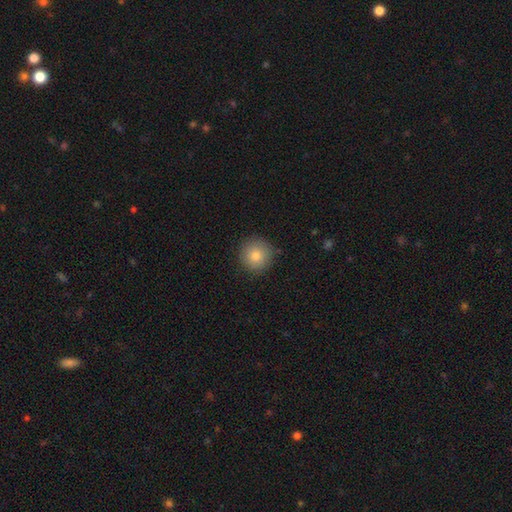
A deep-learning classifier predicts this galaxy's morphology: Smooth or featured: smooth — 81% (star or artifact — 10%)
How rounded: round — 95% (in between — 4%)
Merging: none — 89% (minor disturbance — 8%)